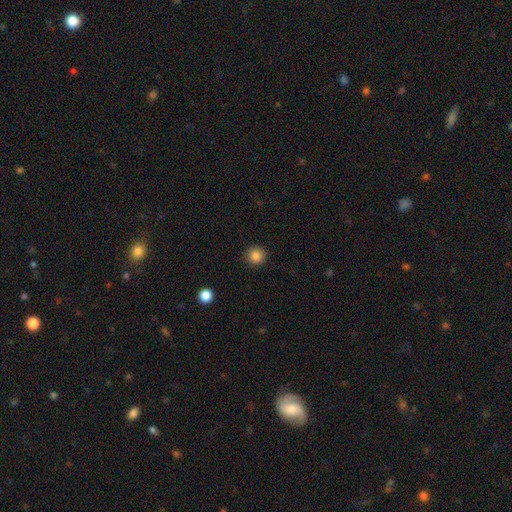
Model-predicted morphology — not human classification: Overall: smooth (85%). How rounded: round (95%). Merging: none (92%).